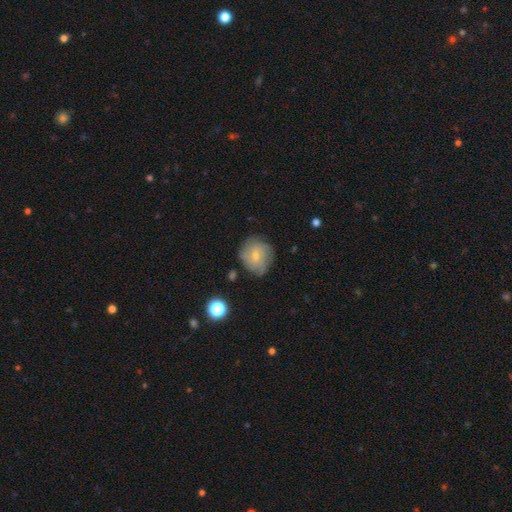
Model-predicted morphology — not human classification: This appears to be a smooth galaxy with no disk features (49%). Merging: none (66%).